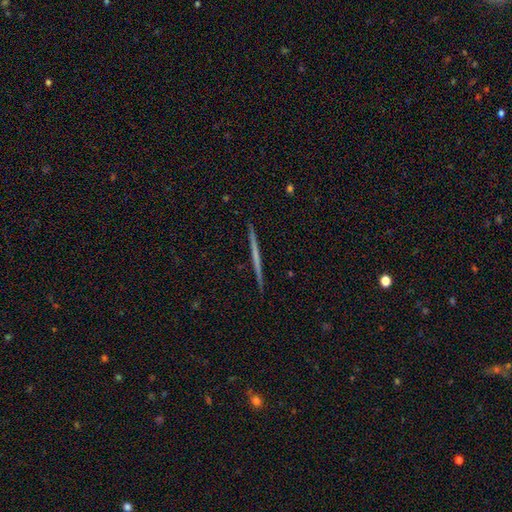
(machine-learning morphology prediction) Smooth or featured?
  - featured or disk: 56% *
  - smooth: 38%
  - star or artifact: 6%
Edge-on disk?
  - yes: 98% *
  - no: 2%
Edge-on bulge?
  - none: 91% *
  - rounded: 6%
  - boxy: 3%
Merging?
  - none: 93% *
  - minor disturbance: 5%
  - major disturbance: 1%
  - merger: 1%